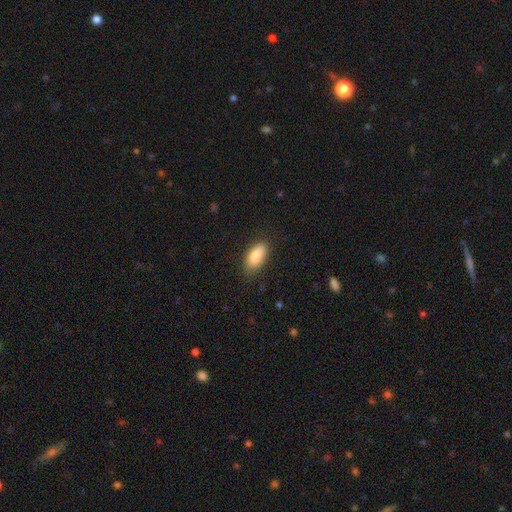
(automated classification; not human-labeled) A smooth galaxy with no disk features (84%) that is in between round and cigar-shaped (88%). Merging: none (79%).